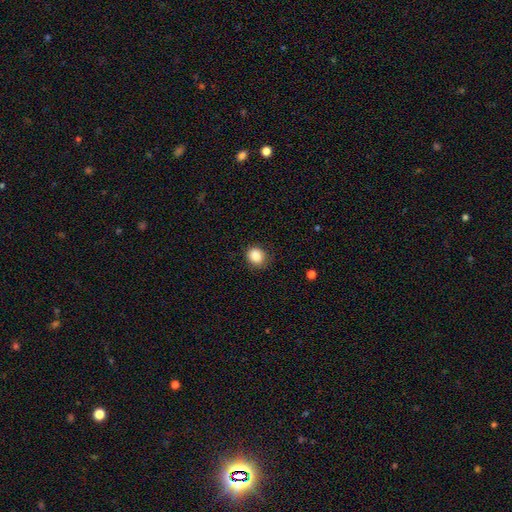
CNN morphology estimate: Overall: smooth (87%). How rounded: round (77%). Merging: none (79%).